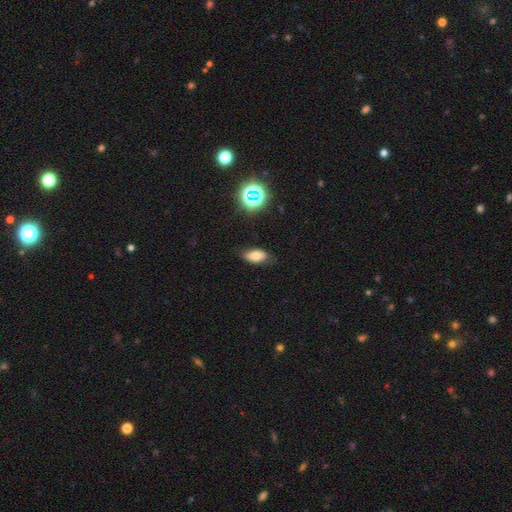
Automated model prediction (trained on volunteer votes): Smooth or featured?
  - smooth: 73% *
  - star or artifact: 14%
  - featured or disk: 13%
How rounded?
  - in between: 89% *
  - cigar-shaped: 6%
  - round: 5%
Merging?
  - none: 79% *
  - minor disturbance: 16%
  - major disturbance: 3%
  - merger: 1%